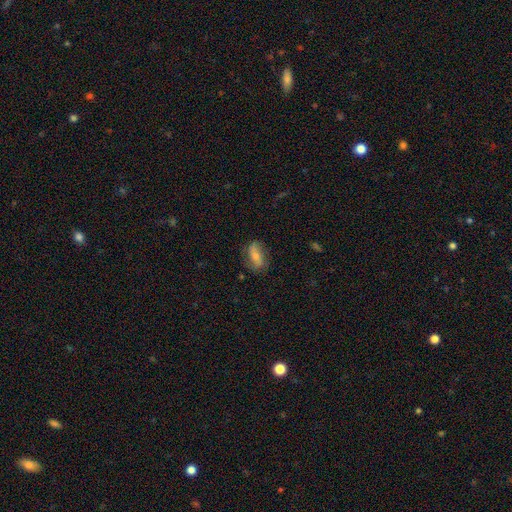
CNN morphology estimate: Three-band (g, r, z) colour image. It shows a smooth galaxy with no disk features (53%) that is in between round and cigar-shaped (78%). Merging: none (68%).